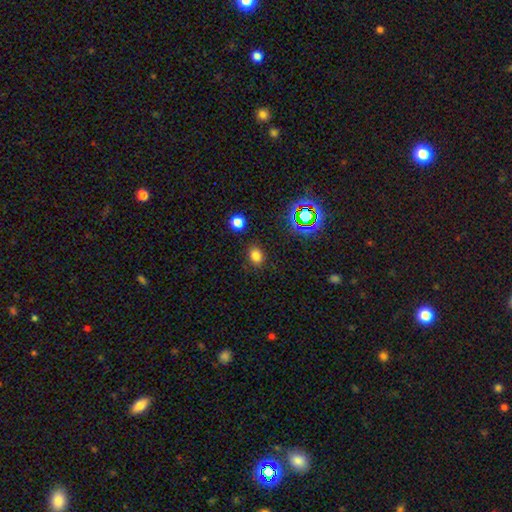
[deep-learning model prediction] Smooth or featured? Predicted: smooth (p=0.76). How rounded? Predicted: in between (p=0.55). Merging? Predicted: none (p=0.84).